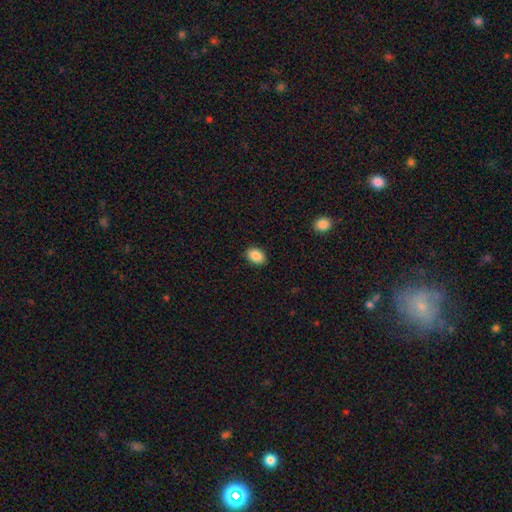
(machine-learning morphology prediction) type=smooth (88%); roundness=in between (80%); merging=none (89%).